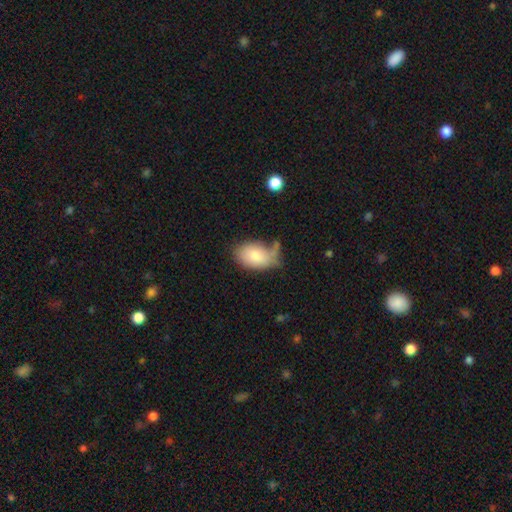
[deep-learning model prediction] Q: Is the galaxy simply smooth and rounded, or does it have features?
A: smooth — 78%.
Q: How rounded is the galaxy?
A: in between — 89%.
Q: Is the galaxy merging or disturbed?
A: none — 44%.